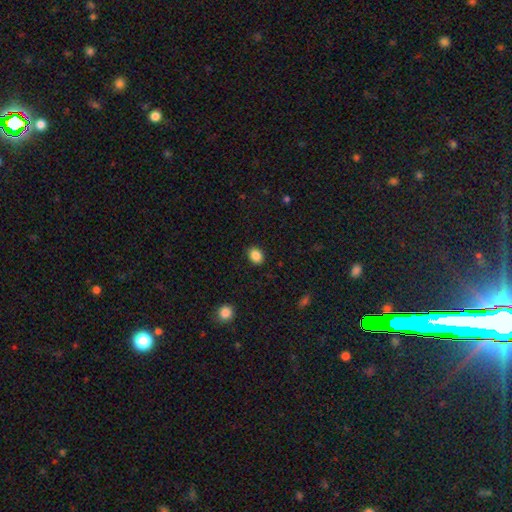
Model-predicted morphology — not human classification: A smooth galaxy with no disk features (87%) that is in between round and cigar-shaped (59%). Merging: none (89%).